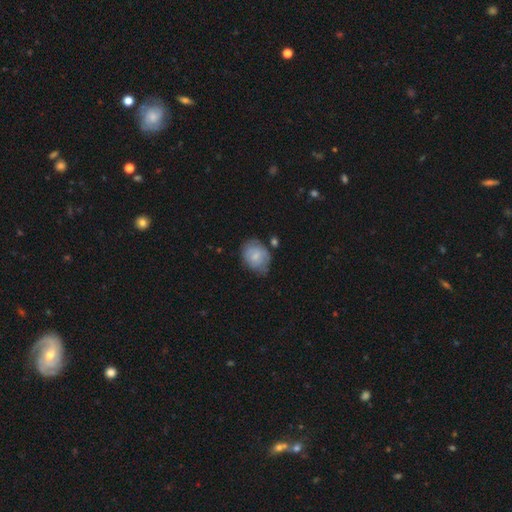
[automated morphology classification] type=smooth (59%); roundness=in between (55%); merging=none (54%).